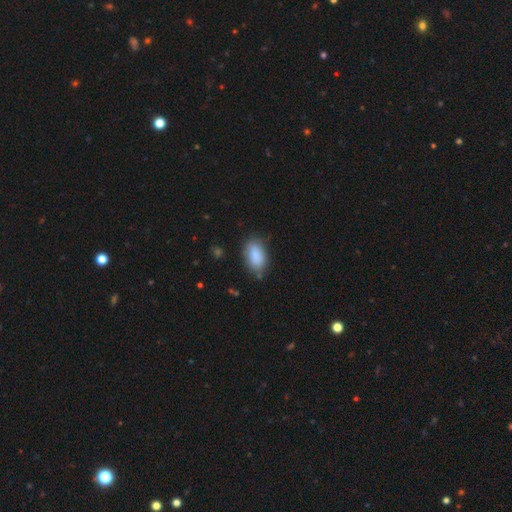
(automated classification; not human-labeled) smooth_or_featured: smooth (p=0.88) [alt: star or artifact p=0.07]
how_rounded: in between (p=0.93) [alt: round p=0.04]
merging: none (p=0.78) [alt: minor disturbance p=0.16]